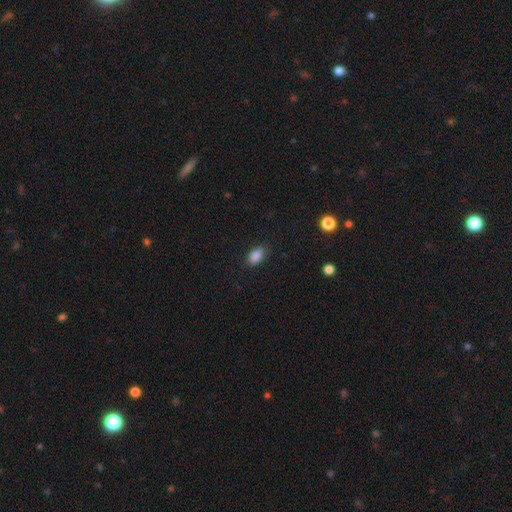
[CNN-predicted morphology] Smooth or featured? Predicted: smooth (p=0.88). How rounded? Predicted: in between (p=0.89). Merging? Predicted: none (p=0.83).